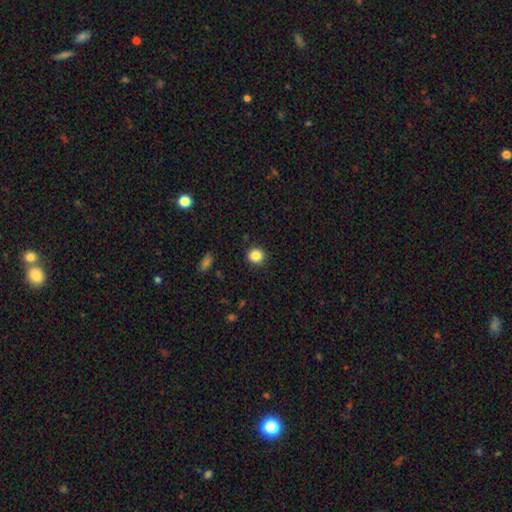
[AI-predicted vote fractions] Smooth or featured? smooth (85%)
How rounded? round (88%)
Merging? none (90%)